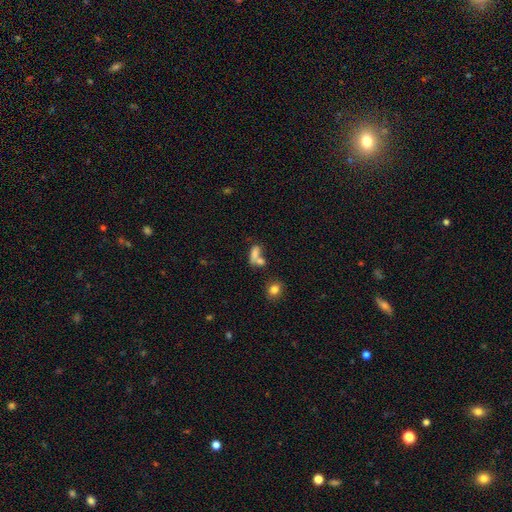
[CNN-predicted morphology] A smooth galaxy with no disk features (70%) that is in between round and cigar-shaped (69%). Merging: merger (50%).